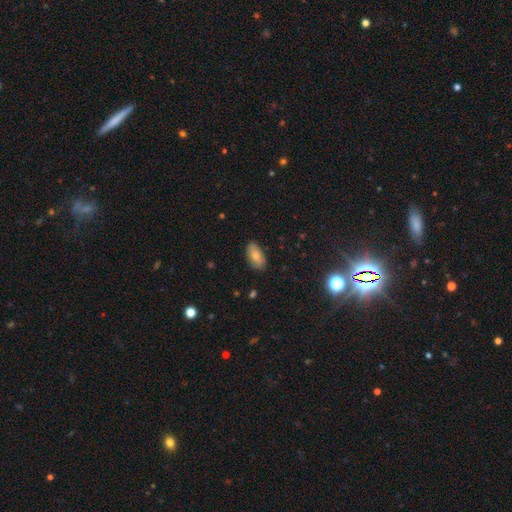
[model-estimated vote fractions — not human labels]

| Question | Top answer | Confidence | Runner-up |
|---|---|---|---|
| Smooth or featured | smooth | 79% | featured or disk (13%) |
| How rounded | in between | 92% | cigar-shaped (5%) |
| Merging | none | 81% | minor disturbance (15%) |